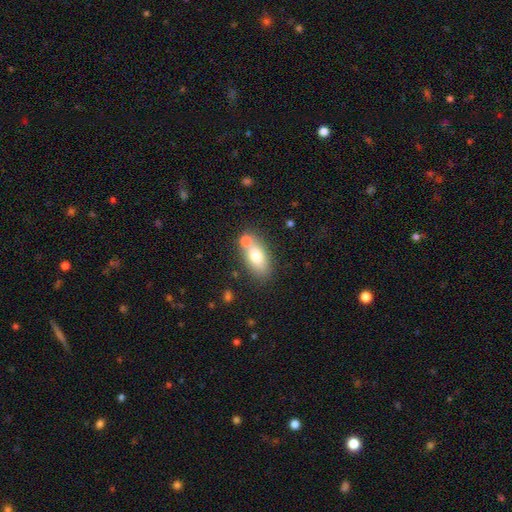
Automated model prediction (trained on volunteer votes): This is likely a smooth galaxy (72%). How rounded: clearly in between (84%). Merging: possibly none (57%).